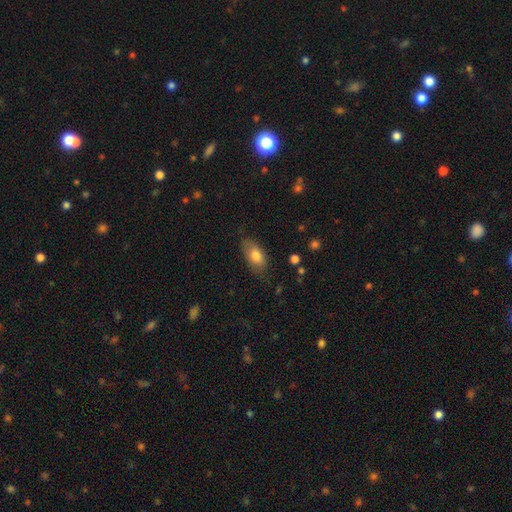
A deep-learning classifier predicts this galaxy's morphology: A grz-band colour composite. It shows a smooth galaxy with no disk features (79%) that is in between round and cigar-shaped (90%). Merging: none (74%).